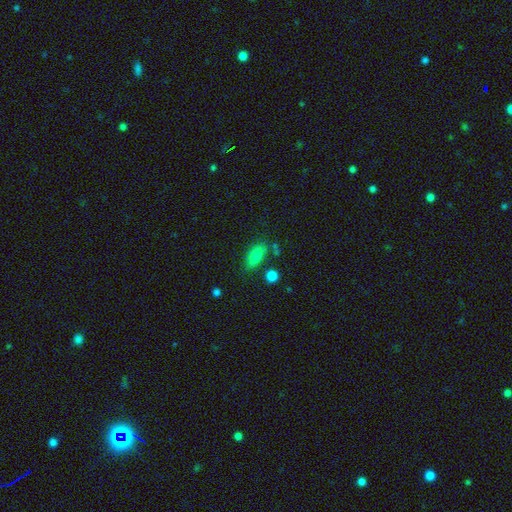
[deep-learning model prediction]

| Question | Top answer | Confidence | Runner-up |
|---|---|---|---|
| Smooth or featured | smooth | 80% | featured or disk (11%) |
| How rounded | in between | 83% | cigar-shaped (12%) |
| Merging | none | 69% | minor disturbance (18%) |